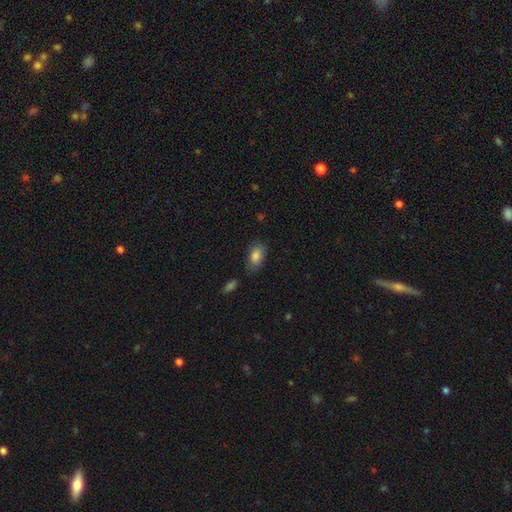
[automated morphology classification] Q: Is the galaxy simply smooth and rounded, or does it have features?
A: smooth — 85%.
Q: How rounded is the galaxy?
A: in between — 92%.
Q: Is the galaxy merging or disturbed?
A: none — 73%.